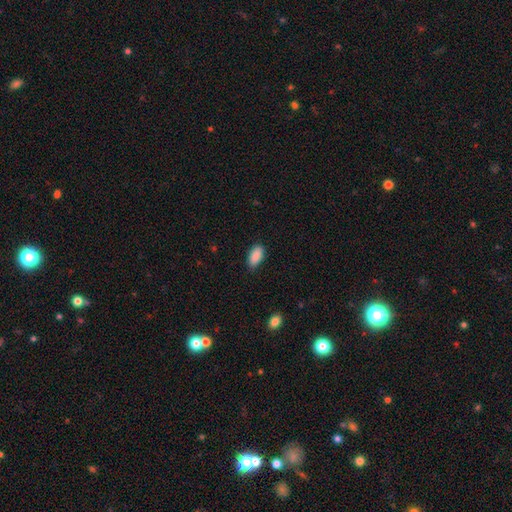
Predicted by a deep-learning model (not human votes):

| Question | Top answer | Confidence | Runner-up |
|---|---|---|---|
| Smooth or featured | smooth | 90% | star or artifact (7%) |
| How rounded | in between | 92% | cigar-shaped (6%) |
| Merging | none | 85% | minor disturbance (12%) |